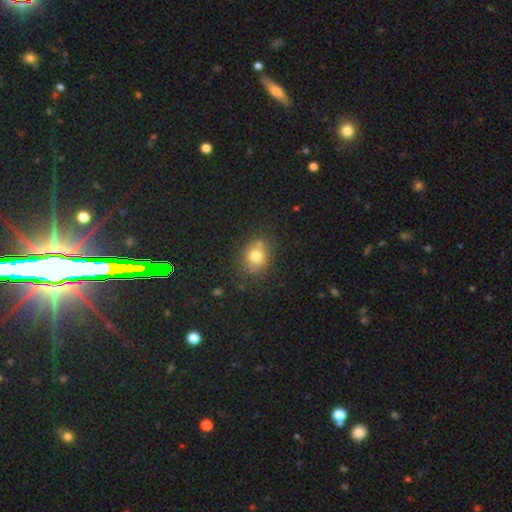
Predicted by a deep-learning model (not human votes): The model was most divided on "how rounded": round: 65%, in between: 34%, cigar-shaped: 1%. More confident: smooth or featured — smooth (75%); merging — none (73%).